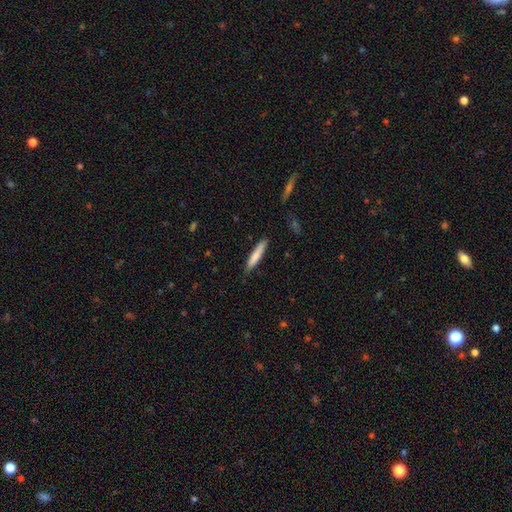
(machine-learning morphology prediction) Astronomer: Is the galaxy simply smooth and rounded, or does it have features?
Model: smooth — 78%.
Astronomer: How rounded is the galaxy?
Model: cigar-shaped — 92%.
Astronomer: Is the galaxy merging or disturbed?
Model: none — 85%.